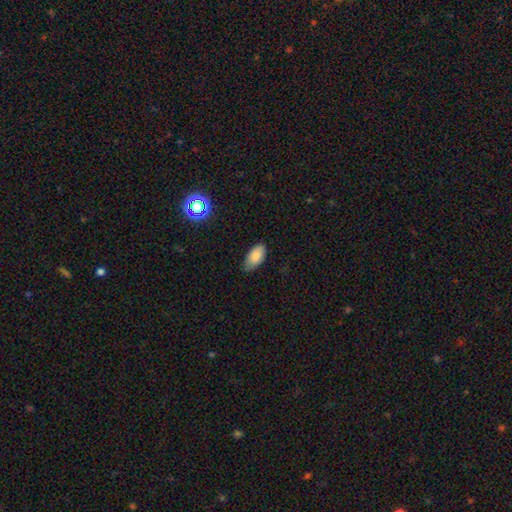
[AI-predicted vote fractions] Overall: smooth (83%). How rounded: in between (93%). Merging: none (71%).